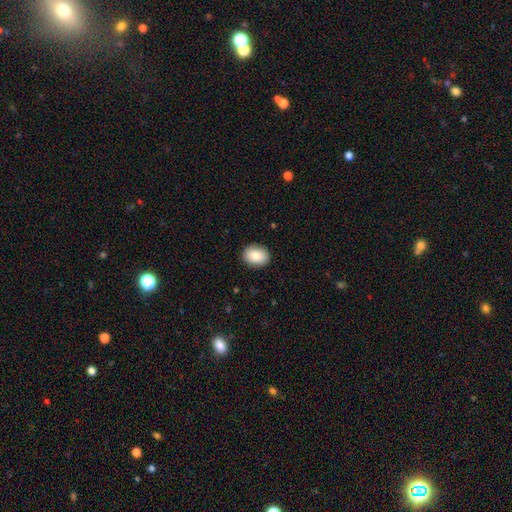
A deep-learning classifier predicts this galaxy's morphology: Smooth or featured: smooth — 84% (featured or disk — 8%)
How rounded: in between — 61% (round — 38%)
Merging: none — 90% (minor disturbance — 7%)